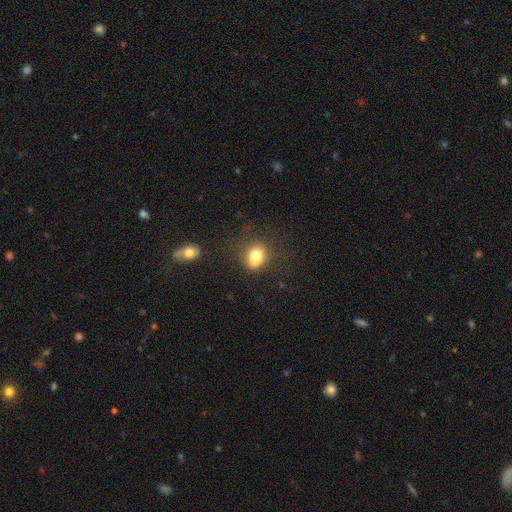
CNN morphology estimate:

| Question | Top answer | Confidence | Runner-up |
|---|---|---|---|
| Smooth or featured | smooth | 75% | featured or disk (13%) |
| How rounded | round | 67% | in between (32%) |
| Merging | none | 56% | minor disturbance (20%) |